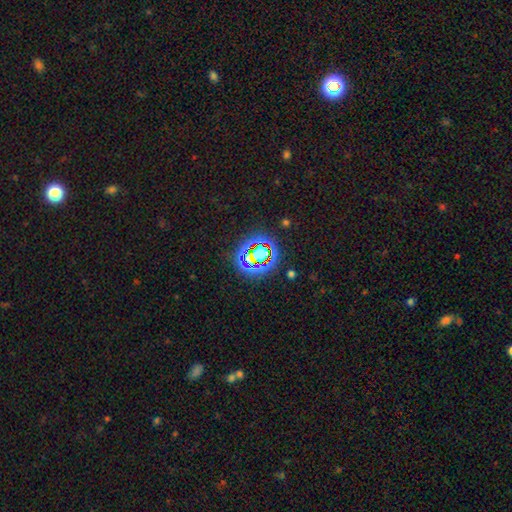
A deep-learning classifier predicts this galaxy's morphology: smooth_or_featured: star or artifact (p=0.69) [alt: smooth p=0.20]